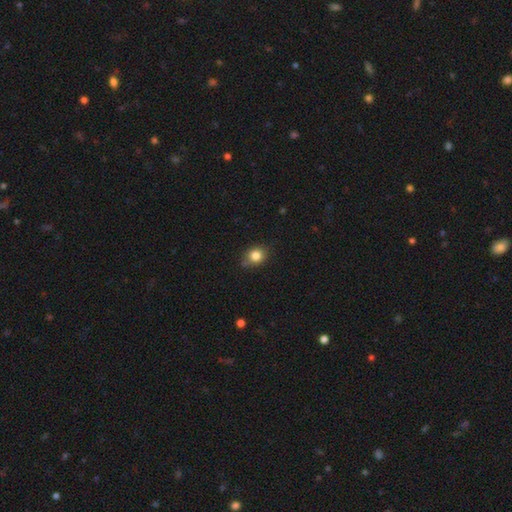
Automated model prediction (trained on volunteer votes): Smooth or featured? smooth (83%)
How rounded? round (71%)
Merging? none (76%)